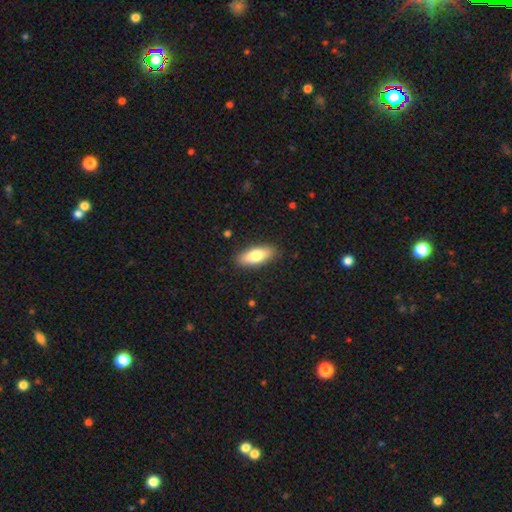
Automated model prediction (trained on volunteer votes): Morphology: type=smooth (74%); roundness=in between (72%); merging=none (88%).